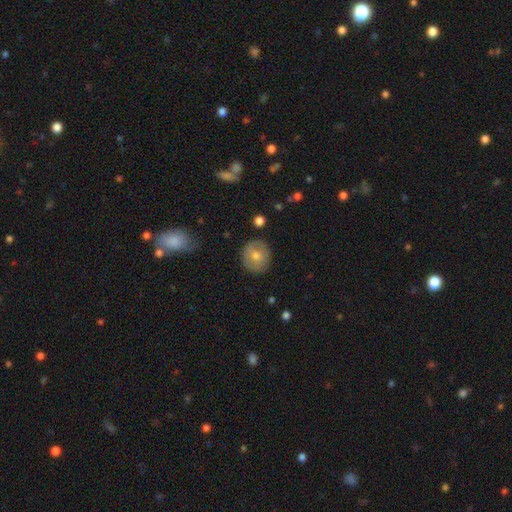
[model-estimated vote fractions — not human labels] This appears to be a smooth galaxy with no disk features (63%) that is round (87%). Merging: none (84%).